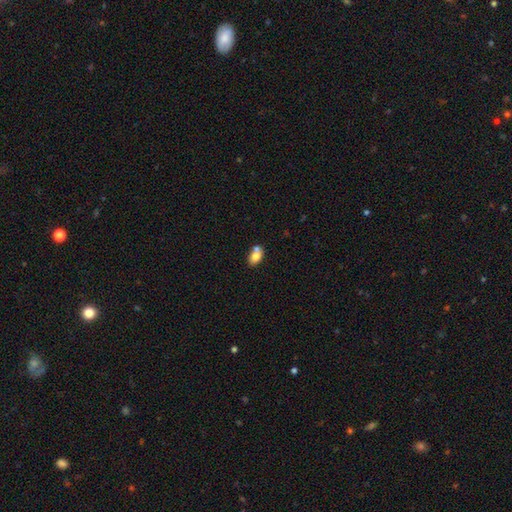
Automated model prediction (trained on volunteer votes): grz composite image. It shows a smooth galaxy with no disk features (76%) that is in between round and cigar-shaped (82%). Merging: none (44%).